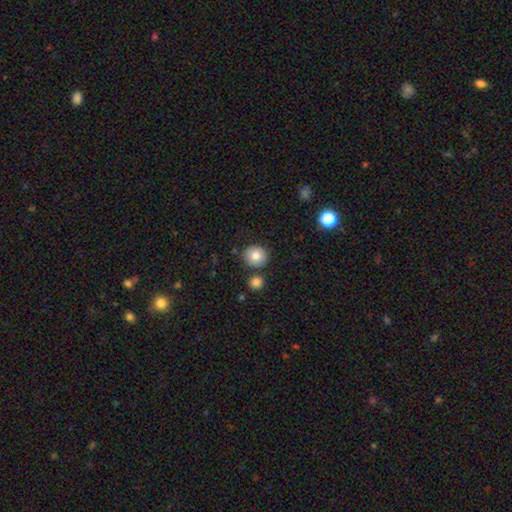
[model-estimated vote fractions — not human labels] Smooth or featured? smooth (80%)
How rounded? round (88%)
Merging? none (81%)